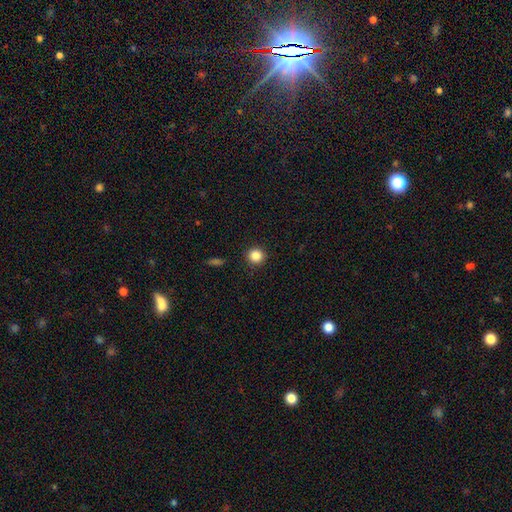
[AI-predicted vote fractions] Q: Smooth or featured?
A: smooth (85%); runner-up: star or artifact (11%)
Q: How rounded?
A: round (94%); runner-up: in between (5%)
Q: Merging?
A: none (92%); runner-up: minor disturbance (5%)